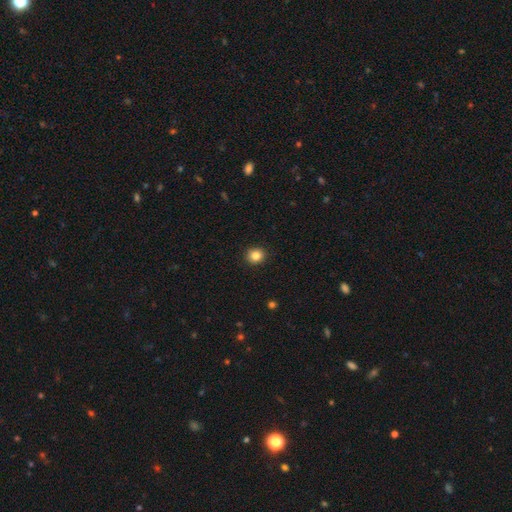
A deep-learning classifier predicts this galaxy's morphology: A smooth galaxy with no disk features (84%) that is round (85%). Merging: none (92%).